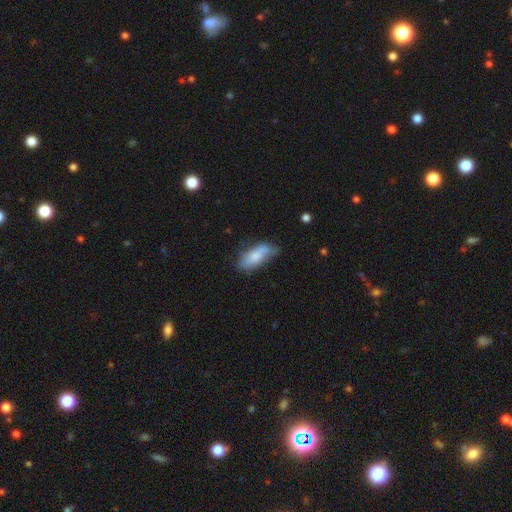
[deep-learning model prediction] smooth_or_featured: smooth (p=0.72) [alt: featured or disk p=0.21]
how_rounded: in between (p=0.76) [alt: cigar-shaped p=0.21]
merging: none (p=0.51) [alt: minor disturbance p=0.34]